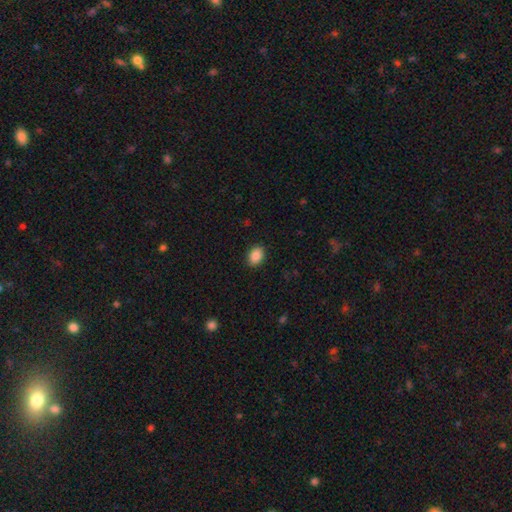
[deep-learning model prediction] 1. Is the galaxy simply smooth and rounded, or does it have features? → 87% smooth, 8% star or artifact, 5% featured or disk.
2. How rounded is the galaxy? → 75% in between, 24% round, 1% cigar-shaped.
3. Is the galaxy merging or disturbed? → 89% none, 8% minor disturbance, 2% major disturbance, 1% merger.